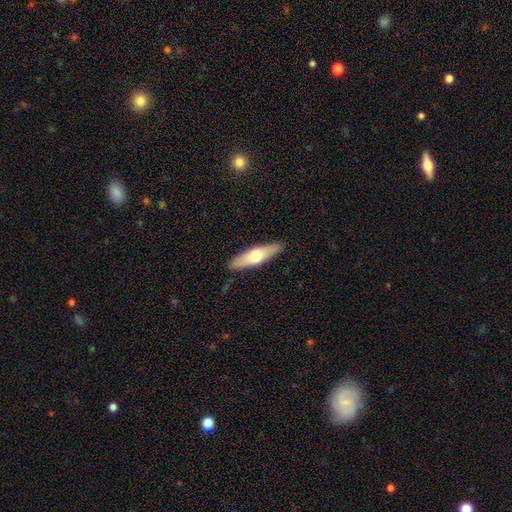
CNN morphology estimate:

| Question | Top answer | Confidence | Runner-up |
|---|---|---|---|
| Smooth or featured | smooth | 55% | featured or disk (40%) |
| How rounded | cigar-shaped | 64% | in between (34%) |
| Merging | none | 89% | minor disturbance (8%) |